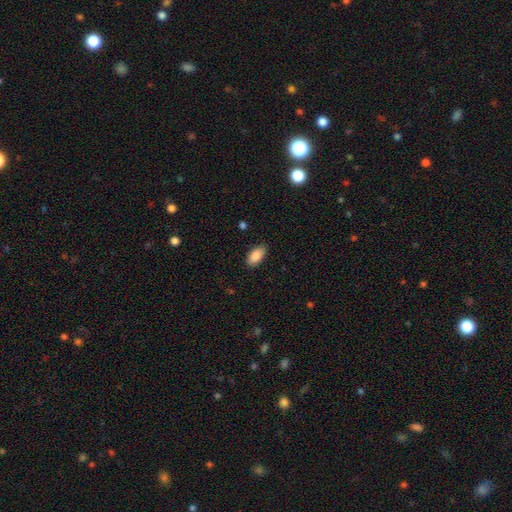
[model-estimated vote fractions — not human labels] Morphology: type=smooth (87%); roundness=in between (93%); merging=none (86%).